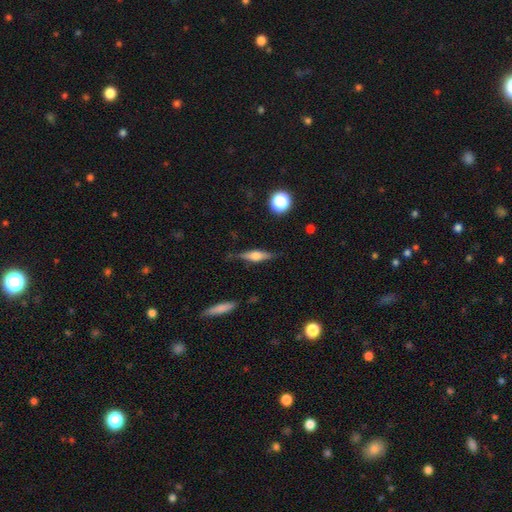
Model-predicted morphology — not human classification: Smooth or featured?
  - featured or disk: 57% *
  - smooth: 36%
  - star or artifact: 7%
Edge-on disk?
  - yes: 94% *
  - no: 6%
Edge-on bulge?
  - rounded: 87% *
  - boxy: 10%
  - none: 3%
Merging?
  - none: 81% *
  - minor disturbance: 14%
  - major disturbance: 3%
  - merger: 2%